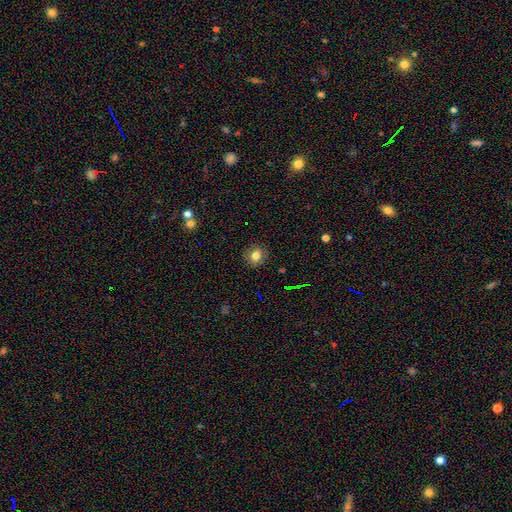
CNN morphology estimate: Overall: smooth (77%). How rounded: round (79%). Merging: none (89%).